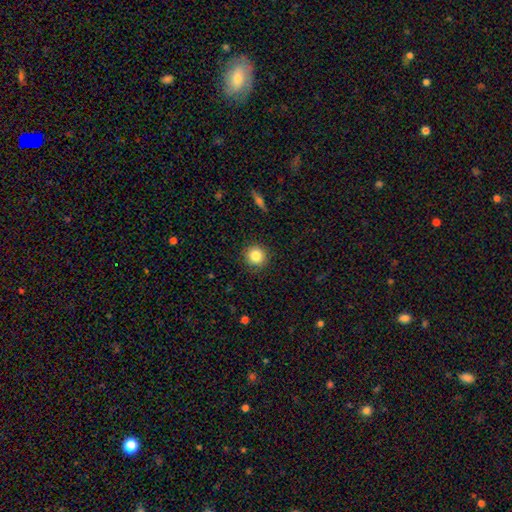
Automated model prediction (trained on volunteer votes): A smooth galaxy with no disk features (84%) that is round (94%). Merging: none (91%).